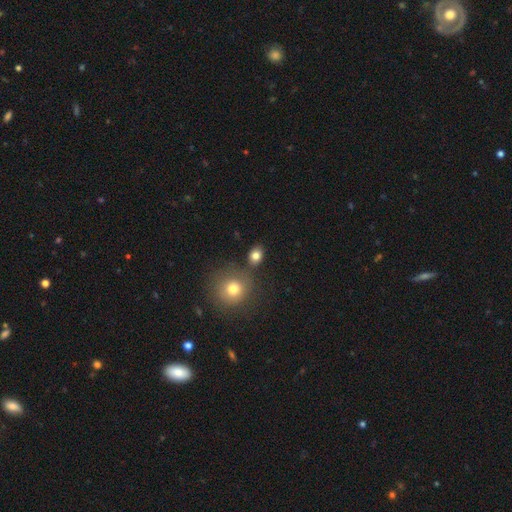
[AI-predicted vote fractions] smooth_or_featured: smooth (p=0.81) [alt: star or artifact p=0.12]
how_rounded: round (p=0.57) [alt: in between p=0.42]
merging: none (p=0.76) [alt: minor disturbance p=0.10]